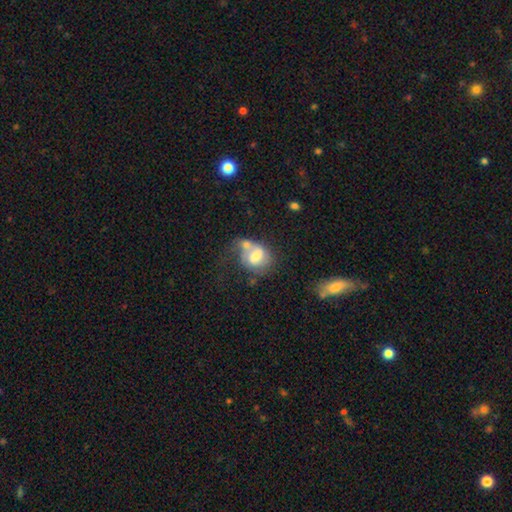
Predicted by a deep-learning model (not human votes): Smooth or featured: smooth — 50% (featured or disk — 42%)
Merging: merger — 41% (none — 24%)